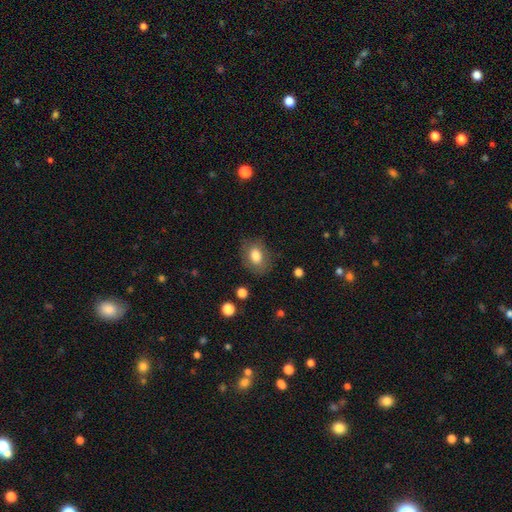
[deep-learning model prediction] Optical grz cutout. It shows a smooth galaxy with no disk features (79%) that is in between round and cigar-shaped (68%). Merging: none (79%).